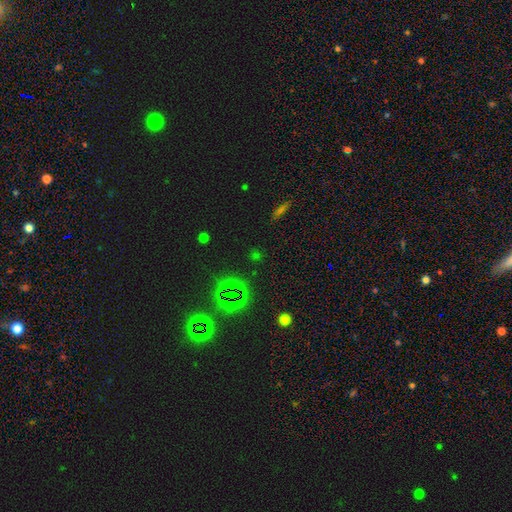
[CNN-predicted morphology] Smooth or featured? Predicted: star or artifact (p=0.66).